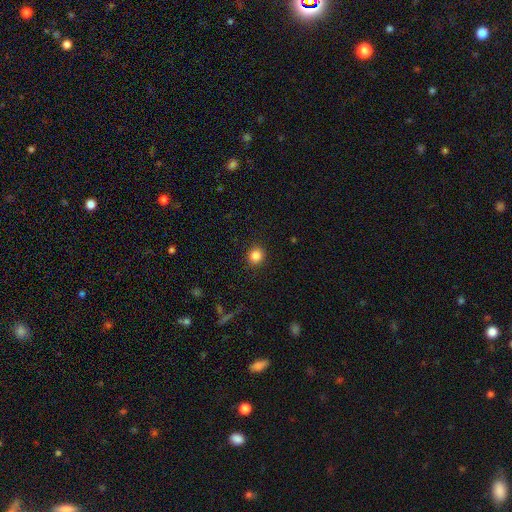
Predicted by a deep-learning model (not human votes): smooth 85%, star or artifact 11%, featured or disk 4%. Down the decision tree: how rounded — round (86%); merging — none (90%).